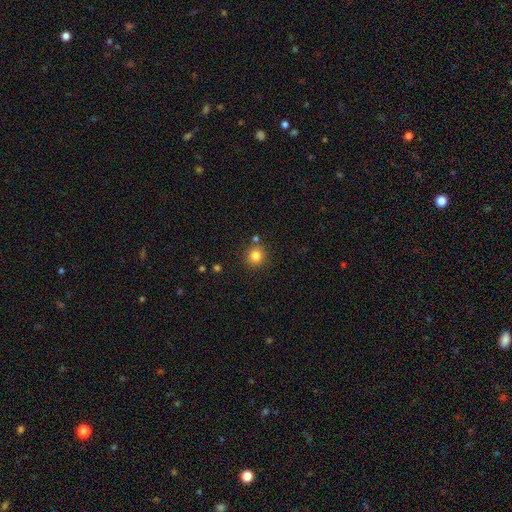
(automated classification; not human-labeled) Q: Smooth or featured?
A: smooth (82%); runner-up: star or artifact (12%)
Q: How rounded?
A: round (91%); runner-up: in between (8%)
Q: Merging?
A: none (81%); runner-up: minor disturbance (9%)